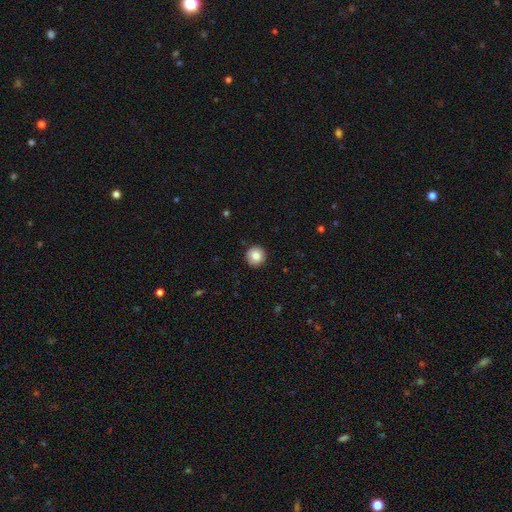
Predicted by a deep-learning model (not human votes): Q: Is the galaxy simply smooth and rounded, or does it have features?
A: smooth — 85%.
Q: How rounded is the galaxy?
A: round — 95%.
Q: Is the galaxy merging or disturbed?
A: none — 92%.